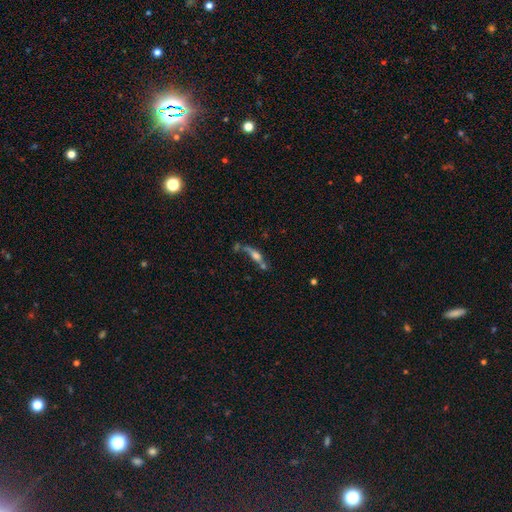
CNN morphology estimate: Smooth or featured: smooth — 48% (featured or disk — 39%)
Merging: merger — 35% (none — 34%)